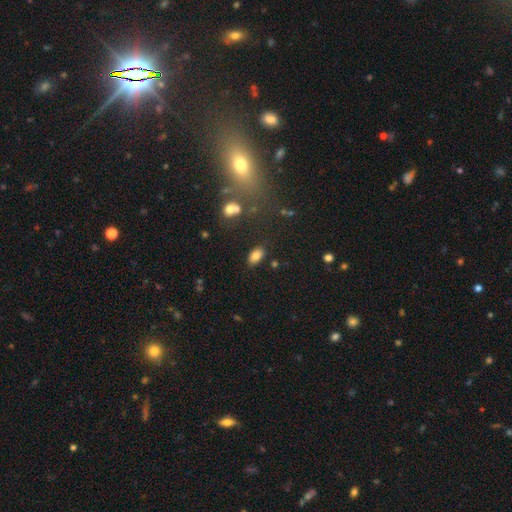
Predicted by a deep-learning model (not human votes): smooth-or-featured: smooth: 81% | star or artifact: 11% | featured or disk: 8%
  how-rounded: in between: 90% | round: 8% | cigar-shaped: 2%
  merging: none: 83% | minor disturbance: 11% | merger: 3% | major disturbance: 3%